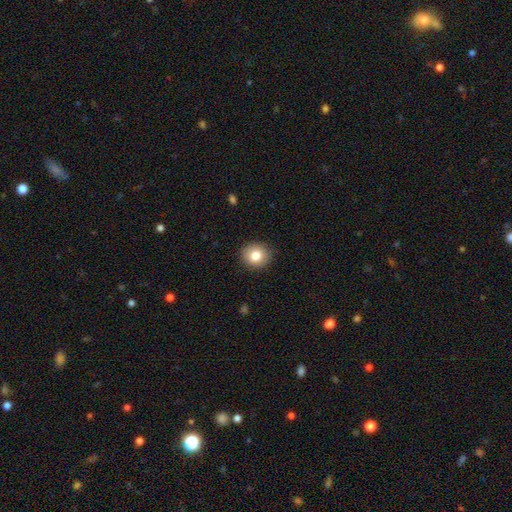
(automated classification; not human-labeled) Smooth or featured: smooth — 82% (star or artifact — 9%)
How rounded: round — 82% (in between — 17%)
Merging: none — 90% (minor disturbance — 7%)